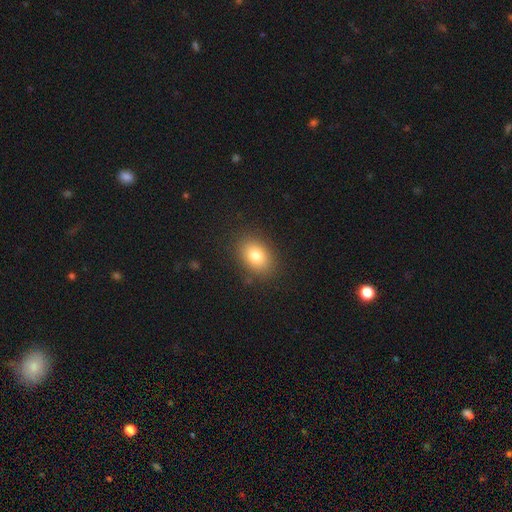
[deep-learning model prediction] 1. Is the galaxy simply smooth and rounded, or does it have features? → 80% smooth, 10% featured or disk, 10% star or artifact.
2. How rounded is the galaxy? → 79% in between, 20% round, 1% cigar-shaped.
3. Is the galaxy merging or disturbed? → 86% none, 9% minor disturbance, 3% major disturbance, 1% merger.